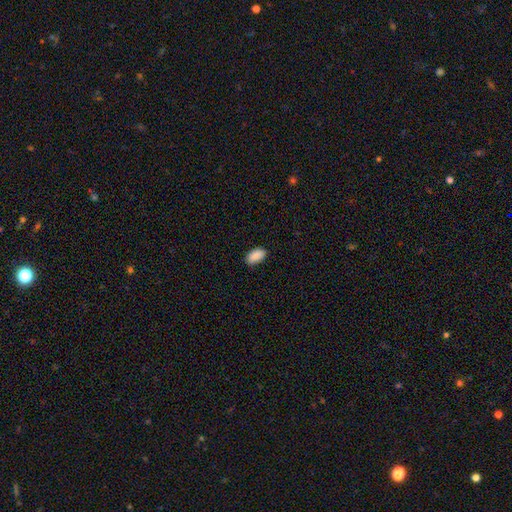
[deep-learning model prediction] This is clearly a smooth galaxy (90%). How rounded: clearly in between (94%). Merging: clearly none (86%).